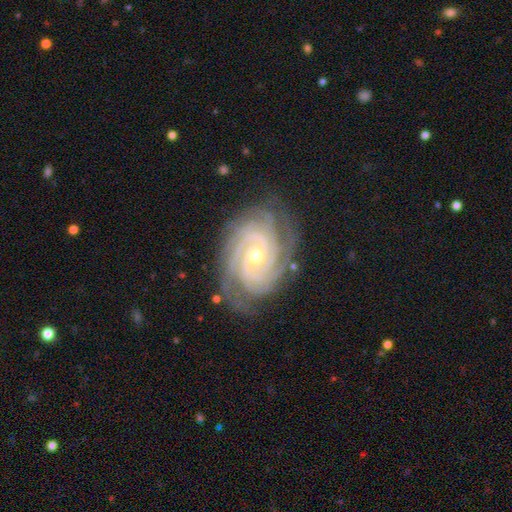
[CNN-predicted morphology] A featured or disk galaxy (93%) with no bar (66%), 4 (28%) tight (83%) spiral arms (99%) and a small central bulge (61%). Merging: none (79%).